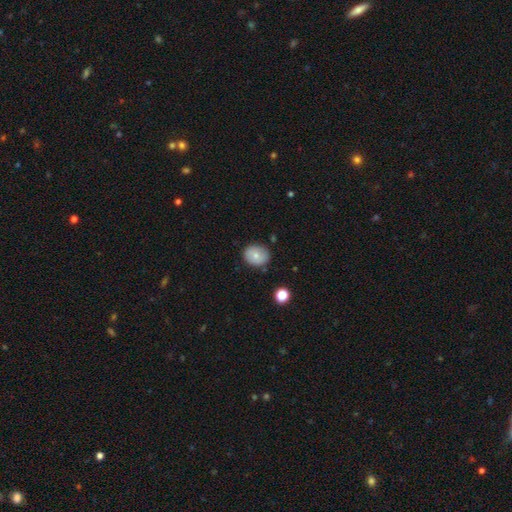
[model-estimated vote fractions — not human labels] Morphology: type=smooth (73%); roundness=round (63%); merging=none (81%).